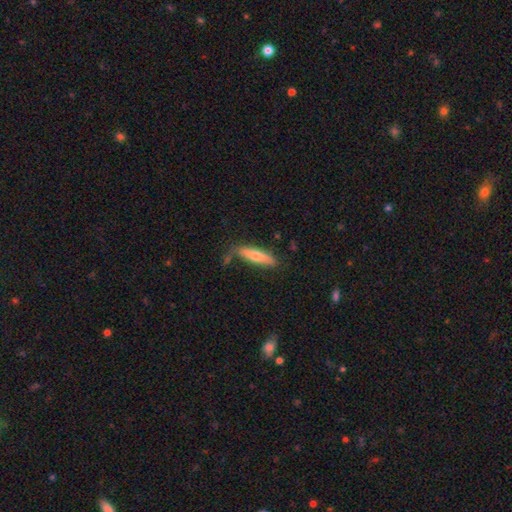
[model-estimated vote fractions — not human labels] Smooth or featured?
  - smooth: 56% *
  - featured or disk: 37%
  - star or artifact: 7%
How rounded?
  - cigar-shaped: 83% *
  - in between: 15%
  - round: 2%
Merging?
  - none: 73% *
  - minor disturbance: 18%
  - merger: 5%
  - major disturbance: 4%